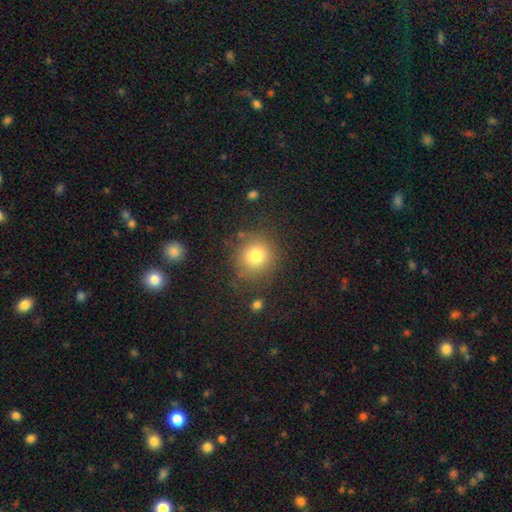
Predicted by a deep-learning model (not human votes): Q: Smooth or featured?
A: smooth (78%); runner-up: star or artifact (12%)
Q: How rounded?
A: round (90%); runner-up: in between (10%)
Q: Merging?
A: none (81%); runner-up: minor disturbance (11%)